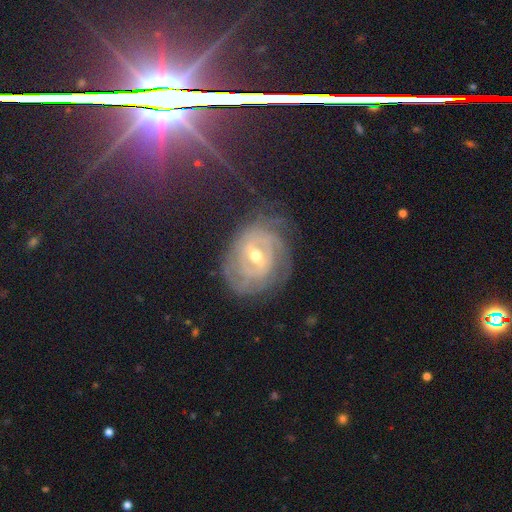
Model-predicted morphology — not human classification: featured or disk 82%, star or artifact 10%, smooth 8%. Down the decision tree: edge-on disk — no (96%); bar — weak (49%); spiral arms — yes (94%); spiral arm count — can't tell (41%); spiral winding — tight (74%); bulge size — moderate (56%); merging — none (72%).